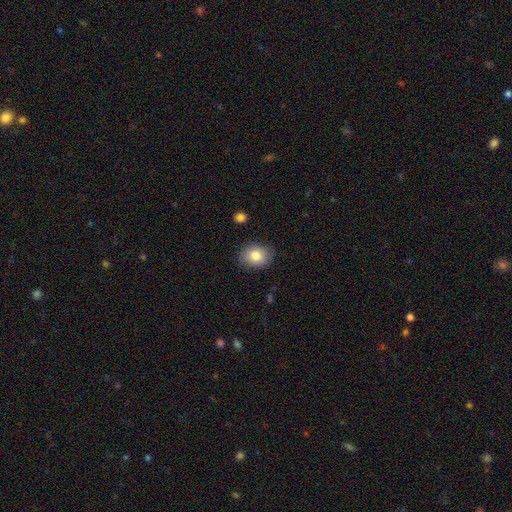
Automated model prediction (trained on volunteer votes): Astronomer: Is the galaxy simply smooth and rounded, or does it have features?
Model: smooth — 82%.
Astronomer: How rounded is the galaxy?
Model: in between — 50% (runner-up: round, 49%).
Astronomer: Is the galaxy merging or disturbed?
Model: none — 86%.